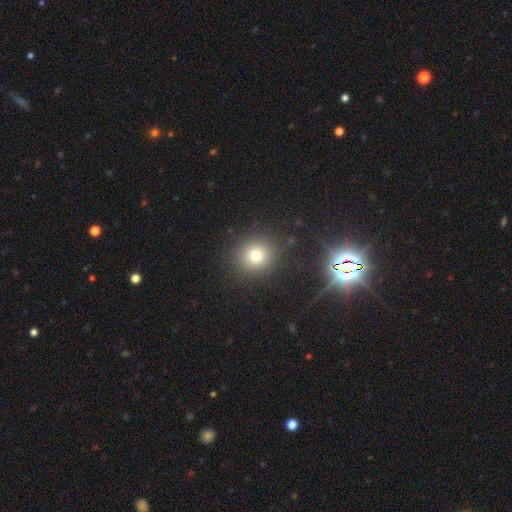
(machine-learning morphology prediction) Overall: smooth (75%). How rounded: round (88%). Merging: none (87%).